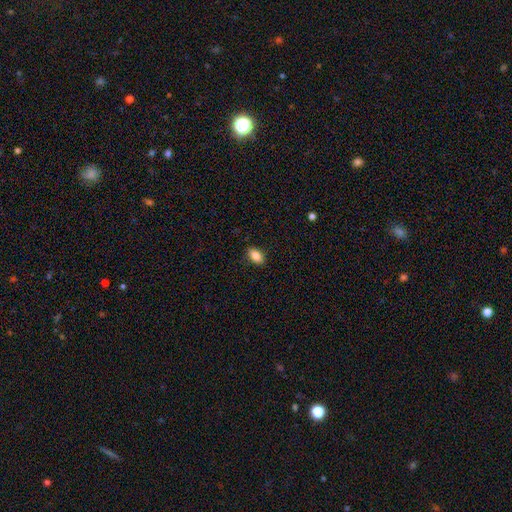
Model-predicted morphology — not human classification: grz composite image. It shows a smooth galaxy with no disk features (84%) that is in between round and cigar-shaped (89%). Merging: none (86%).